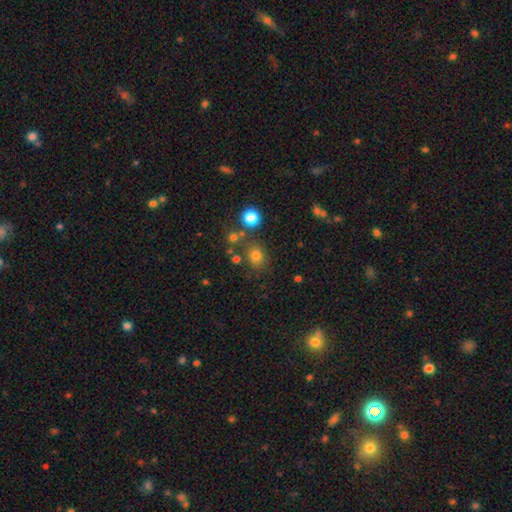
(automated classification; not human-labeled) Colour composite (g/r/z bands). It shows a smooth galaxy with no disk features (75%) that is round (63%). Merging: none (71%).